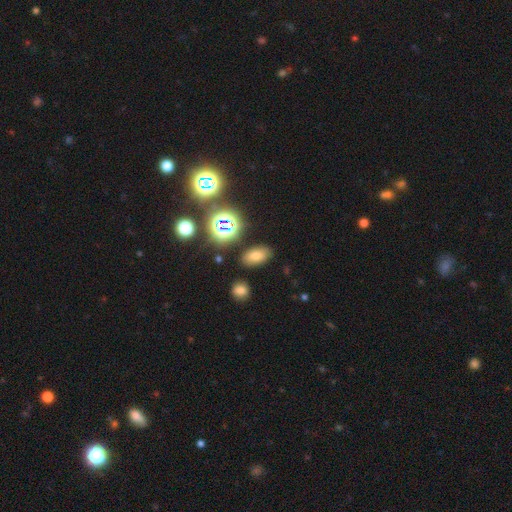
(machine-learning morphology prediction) A smooth galaxy with no disk features (68%) that is in between round and cigar-shaped (89%).

Vote fractions:
- Smooth or featured? smooth: 68% / star or artifact: 22% / featured or disk: 10%
- How rounded? in between: 89% / round: 8% / cigar-shaped: 3%
- Merging? none: 85% / minor disturbance: 9% / major disturbance: 3% / merger: 3%